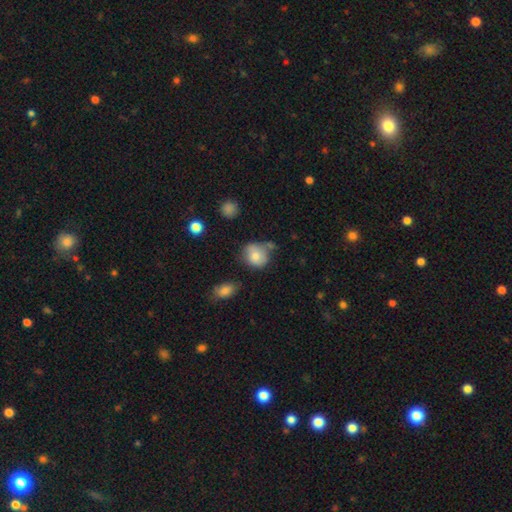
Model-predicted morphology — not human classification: Overall: smooth (78%). How rounded: round (75%). Merging: none (51%; minor disturbance 29%).